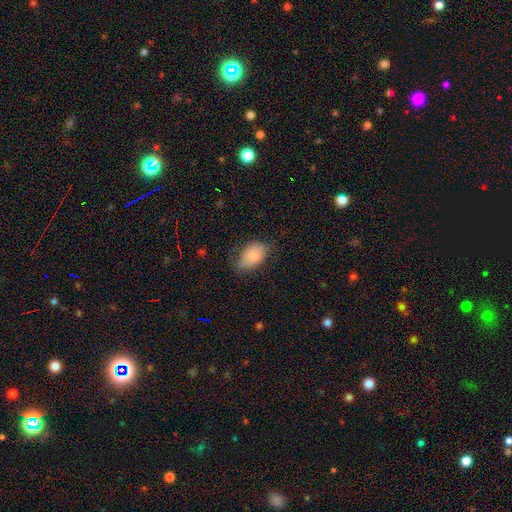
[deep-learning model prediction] smooth-or-featured: smooth: 85% | featured or disk: 8% | star or artifact: 7%
  how-rounded: in between: 91% | round: 8% | cigar-shaped: 2%
  merging: none: 63% | minor disturbance: 28% | major disturbance: 8% | merger: 1%